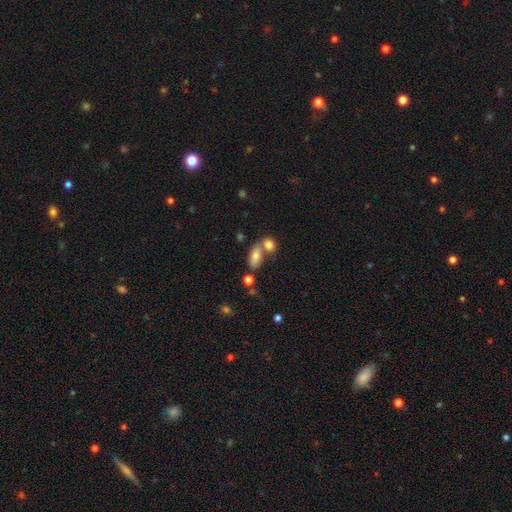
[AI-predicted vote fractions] A smooth galaxy with no disk features (77%) that is in between round and cigar-shaped (83%).

Vote fractions:
- Smooth or featured? smooth: 77% / featured or disk: 14% / star or artifact: 9%
- How rounded? in between: 83% / cigar-shaped: 10% / round: 6%
- Merging? none: 46% / merger: 39% / minor disturbance: 10% / major disturbance: 4%